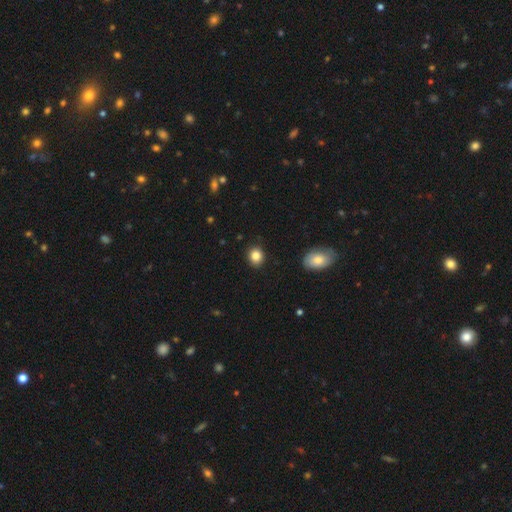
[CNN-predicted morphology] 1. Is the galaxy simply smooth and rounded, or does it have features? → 86% smooth, 9% star or artifact, 5% featured or disk.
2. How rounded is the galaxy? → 64% round, 35% in between, 1% cigar-shaped.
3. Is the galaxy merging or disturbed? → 89% none, 8% minor disturbance, 2% major disturbance, 1% merger.